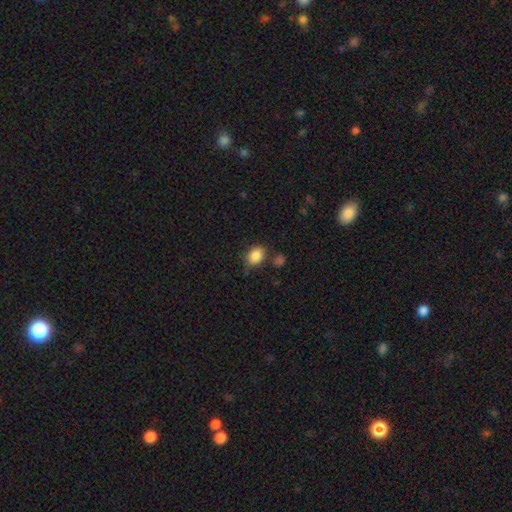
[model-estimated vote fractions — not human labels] This appears to be a smooth galaxy with no disk features (87%) that is in between round and cigar-shaped (69%). Merging: none (70%).